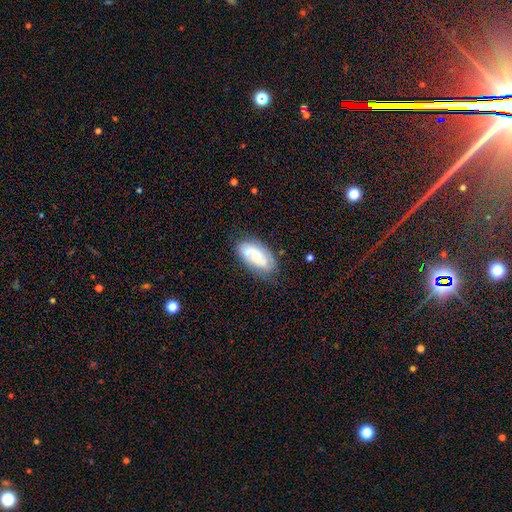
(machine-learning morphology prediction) Smooth or featured: featured or disk — 56% (smooth — 37%)
Edge-on disk: no — 94% (yes — 6%)
Bar: no — 60% (weak — 32%)
Spiral arms: yes — 81% (no — 19%)
Bulge size: small — 48% (moderate — 40%)
Merging: none — 70% (minor disturbance — 20%)